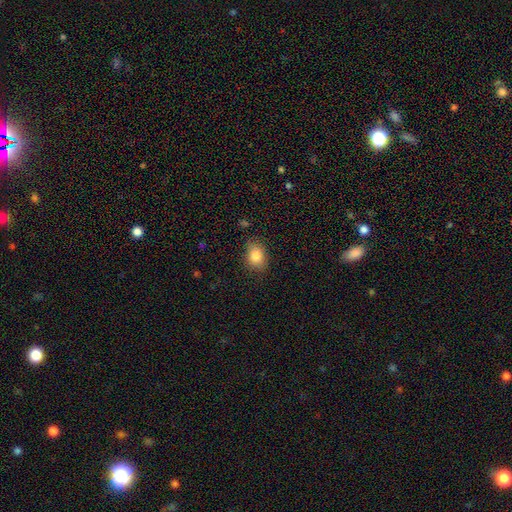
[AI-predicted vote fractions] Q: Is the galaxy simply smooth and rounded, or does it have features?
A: smooth — 85%.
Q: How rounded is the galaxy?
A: in between — 64%.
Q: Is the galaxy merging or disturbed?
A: none — 78%.